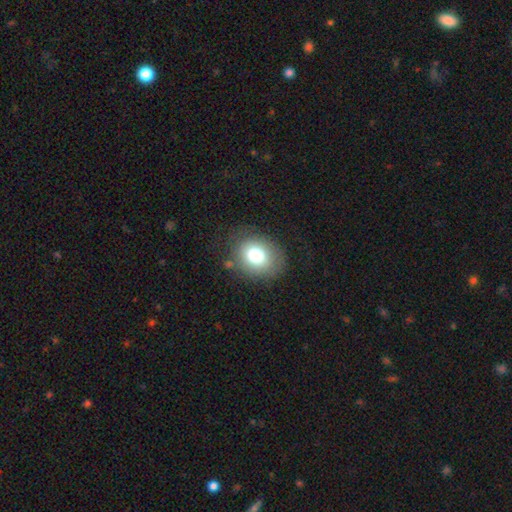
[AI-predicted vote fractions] A smooth galaxy with no disk features (76%) that is round (55%).

Vote fractions:
- Smooth or featured? smooth: 76% / featured or disk: 13% / star or artifact: 11%
- How rounded? round: 55% / in between: 44% / cigar-shaped: 1%
- Merging? none: 79% / minor disturbance: 13% / major disturbance: 6% / merger: 2%